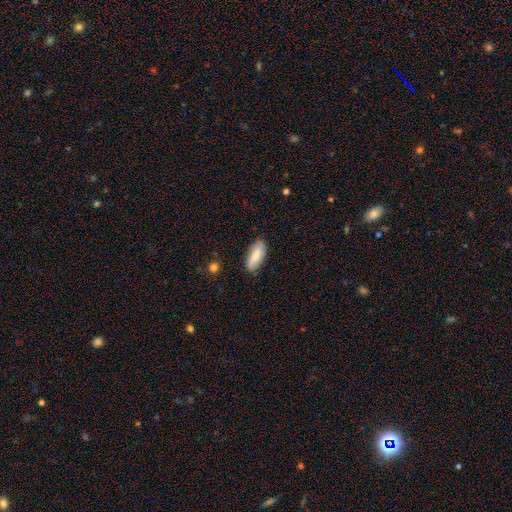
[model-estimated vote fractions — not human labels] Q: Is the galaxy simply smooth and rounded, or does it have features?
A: smooth — 75%.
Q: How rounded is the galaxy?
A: in between — 80%.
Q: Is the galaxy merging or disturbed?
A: none — 82%.